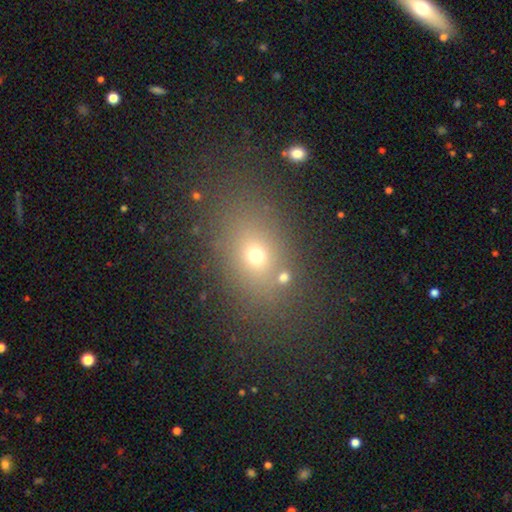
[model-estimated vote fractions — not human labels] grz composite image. It shows a smooth galaxy with no disk features (64%) that is in between round and cigar-shaped (65%). Merging: none (77%).